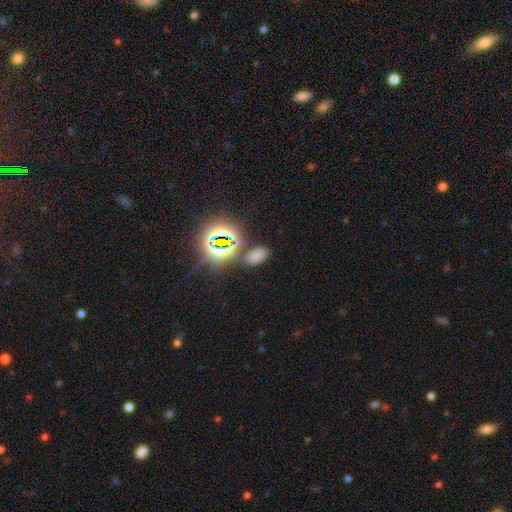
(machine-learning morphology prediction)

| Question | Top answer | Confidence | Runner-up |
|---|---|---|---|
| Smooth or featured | smooth | 58% | star or artifact (35%) |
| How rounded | in between | 90% | round (8%) |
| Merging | none | 79% | minor disturbance (11%) |